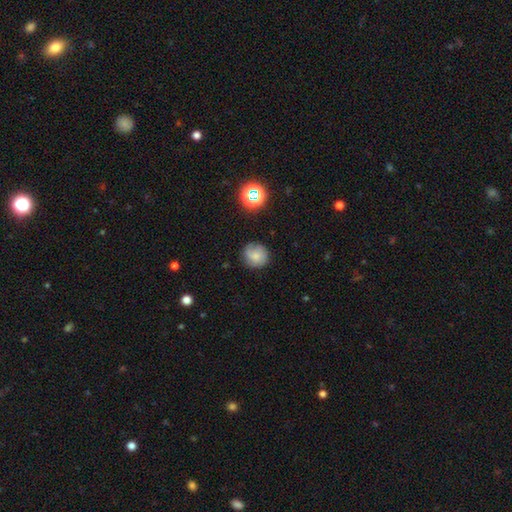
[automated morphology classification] Smooth or featured?
  - smooth: 62% *
  - featured or disk: 27%
  - star or artifact: 11%
How rounded?
  - round: 90% *
  - in between: 9%
  - cigar-shaped: 1%
Merging?
  - none: 79% *
  - minor disturbance: 15%
  - major disturbance: 4%
  - merger: 2%